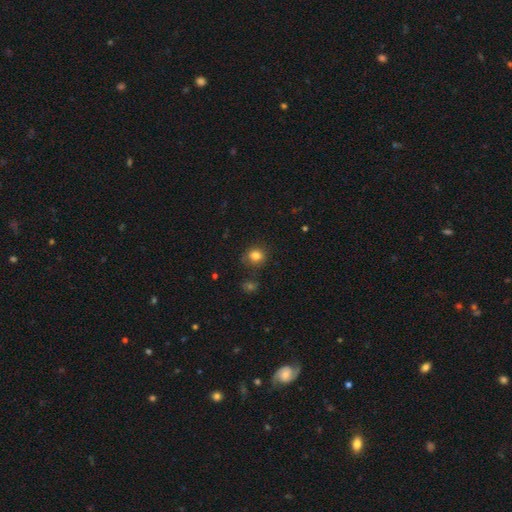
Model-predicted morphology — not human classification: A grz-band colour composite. It shows a smooth galaxy with no disk features (81%) that is round (76%). Merging: none (76%).